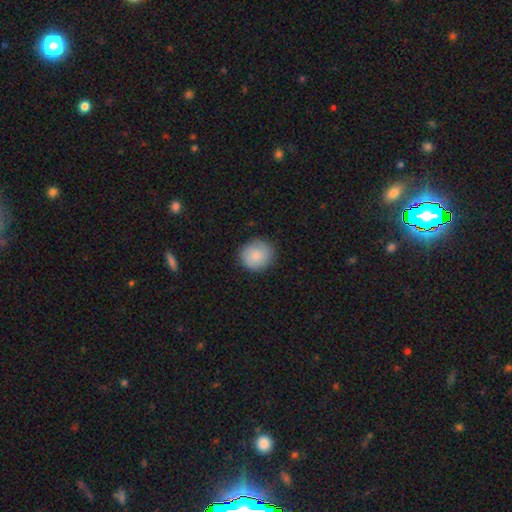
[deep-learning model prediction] smooth 84%, featured or disk 9%, star or artifact 7%. Down the decision tree: how rounded — round (87%); merging — none (85%).